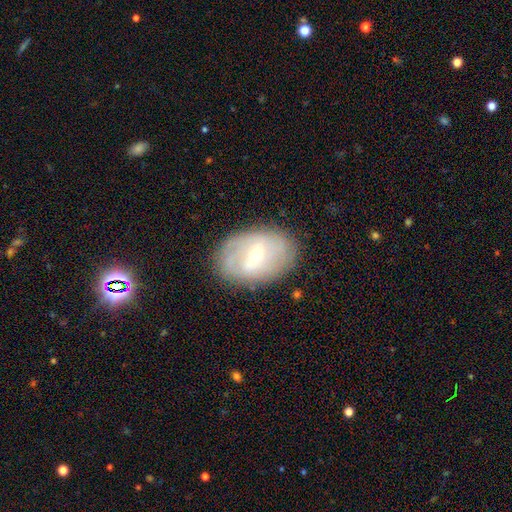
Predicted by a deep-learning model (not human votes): Smooth or featured? Predicted: featured or disk (p=0.68). Edge-on disk? Predicted: no (p=0.94). Bar? Predicted: weak (p=0.50). Spiral arms? Predicted: yes (p=0.66). Bulge size? Predicted: small (p=0.52). Merging? Predicted: none (p=0.81).